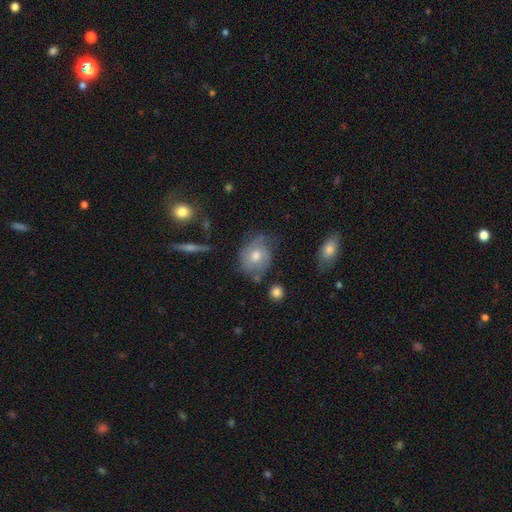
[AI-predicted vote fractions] Overall: smooth (51%; featured or disk 40%). How rounded: round (55%; in between 44%). Merging: none (55%; minor disturbance 30%).